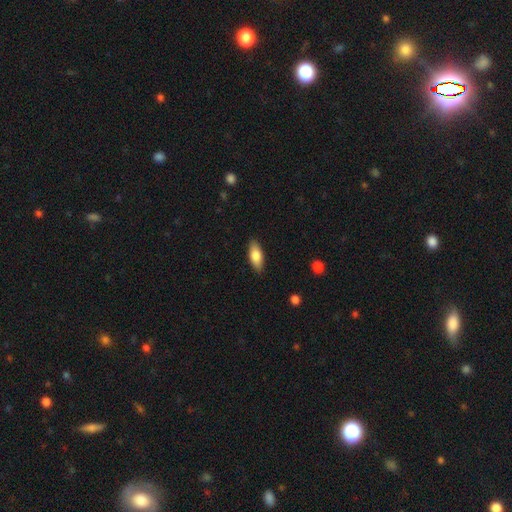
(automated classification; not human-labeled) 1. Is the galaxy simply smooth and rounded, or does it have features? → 81% smooth, 13% featured or disk, 6% star or artifact.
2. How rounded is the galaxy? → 79% in between, 18% cigar-shaped, 2% round.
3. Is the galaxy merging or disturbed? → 87% none, 9% minor disturbance, 2% major disturbance, 1% merger.